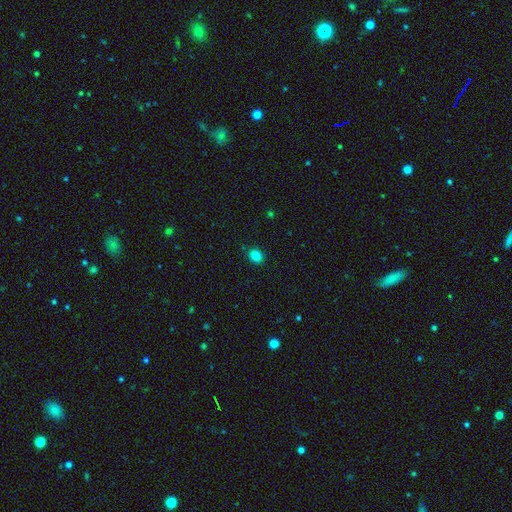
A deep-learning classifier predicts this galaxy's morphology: Smooth or featured: smooth — 84% (star or artifact — 11%)
How rounded: in between — 54% (round — 45%)
Merging: none — 88% (minor disturbance — 8%)